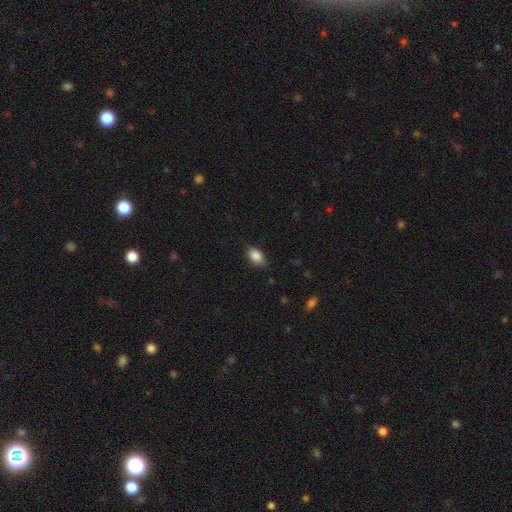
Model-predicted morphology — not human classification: Overall: smooth (87%). How rounded: in between (89%). Merging: none (78%).